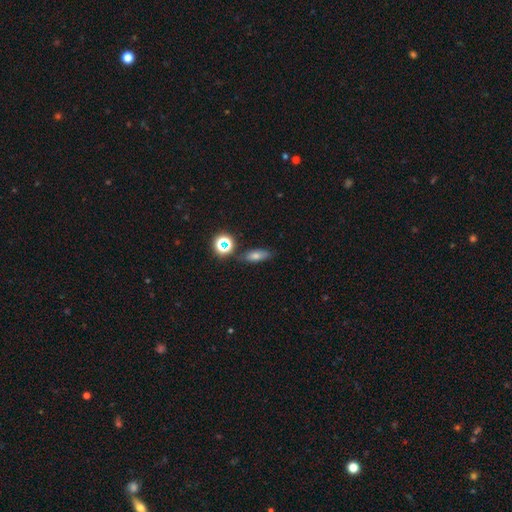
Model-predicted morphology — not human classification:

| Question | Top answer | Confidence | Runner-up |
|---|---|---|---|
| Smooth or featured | smooth | 55% | star or artifact (24%) |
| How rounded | in between | 60% | cigar-shaped (25%) |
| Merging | none | 80% | minor disturbance (11%) |